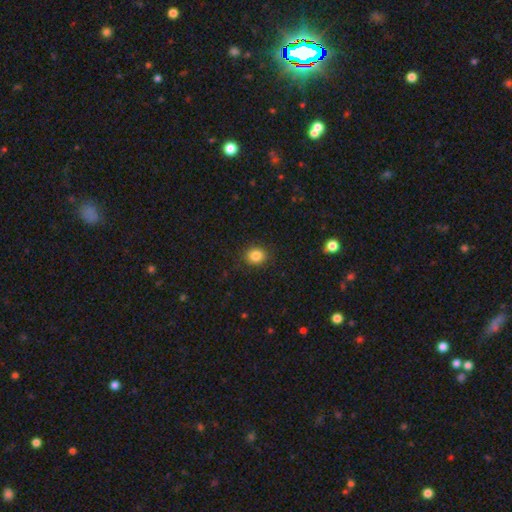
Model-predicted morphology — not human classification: Overall: smooth (84%). How rounded: round (70%). Merging: none (87%).